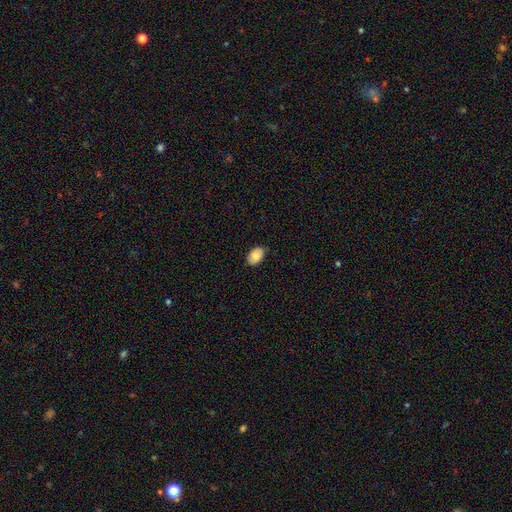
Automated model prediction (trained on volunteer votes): Smooth or featured?
  - smooth: 82% *
  - featured or disk: 11%
  - star or artifact: 7%
How rounded?
  - in between: 86% *
  - round: 13%
  - cigar-shaped: 1%
Merging?
  - none: 87% *
  - minor disturbance: 11%
  - major disturbance: 2%
  - merger: 1%